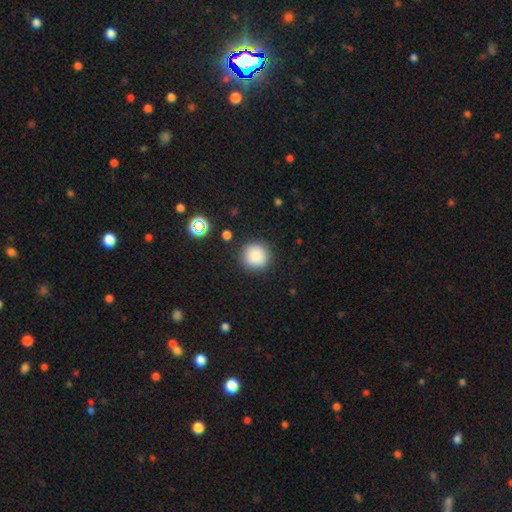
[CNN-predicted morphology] This is clearly a smooth galaxy (86%). How rounded: clearly round (95%). Merging: clearly none (89%).